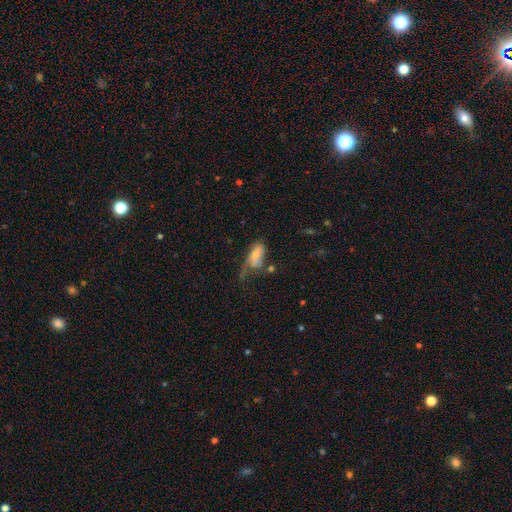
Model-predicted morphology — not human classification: Overall: smooth (67%). How rounded: in between (86%). Merging: major disturbance (39%; minor disturbance 25%).